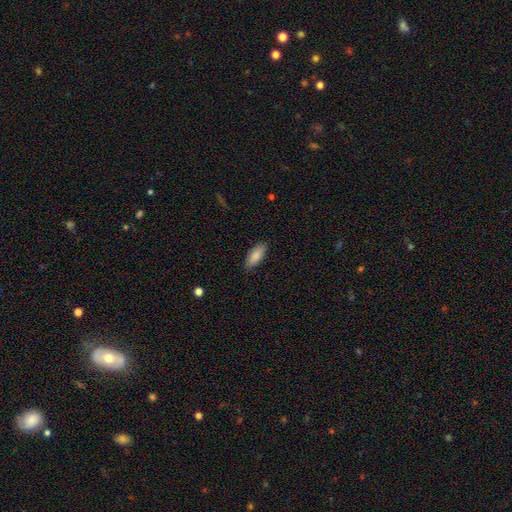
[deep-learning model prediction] A smooth galaxy with no disk features (88%) that is in between round and cigar-shaped (80%).

Vote fractions:
- Smooth or featured? smooth: 88% / featured or disk: 6% / star or artifact: 6%
- How rounded? in between: 80% / cigar-shaped: 18% / round: 2%
- Merging? none: 87% / minor disturbance: 10% / major disturbance: 2% / merger: 1%